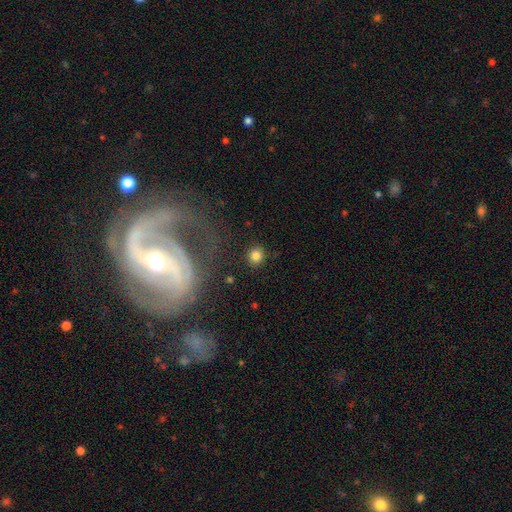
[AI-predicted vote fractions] This appears to be a smooth galaxy with no disk features (81%) that is round (88%). Merging: none (89%).